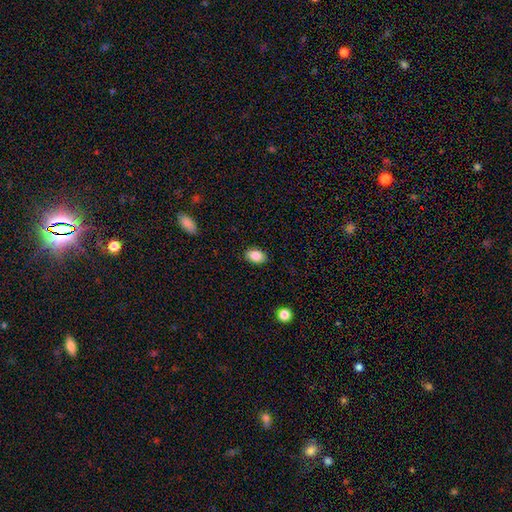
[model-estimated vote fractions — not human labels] Smooth or featured?
  - smooth: 87% *
  - star or artifact: 8%
  - featured or disk: 5%
How rounded?
  - in between: 88% *
  - round: 11%
  - cigar-shaped: 1%
Merging?
  - none: 88% *
  - minor disturbance: 9%
  - major disturbance: 2%
  - merger: 1%